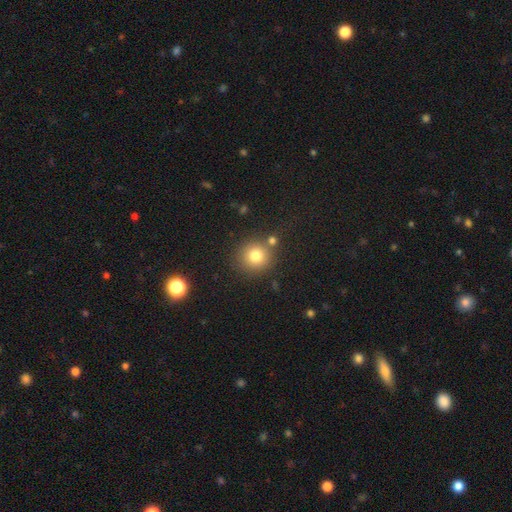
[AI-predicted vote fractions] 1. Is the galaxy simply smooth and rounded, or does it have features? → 78% smooth, 12% star or artifact, 9% featured or disk.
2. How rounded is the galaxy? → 91% round, 8% in between, 1% cigar-shaped.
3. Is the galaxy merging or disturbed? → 77% none, 10% merger, 9% minor disturbance, 3% major disturbance.